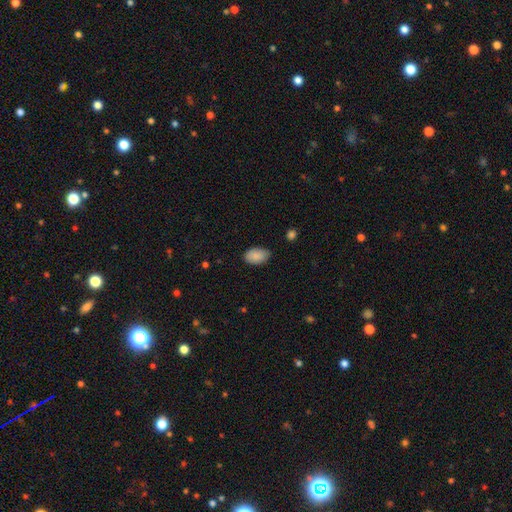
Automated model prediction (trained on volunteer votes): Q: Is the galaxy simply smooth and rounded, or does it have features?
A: smooth — 88%.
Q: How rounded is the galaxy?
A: in between — 92%.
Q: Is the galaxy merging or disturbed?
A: none — 75%.